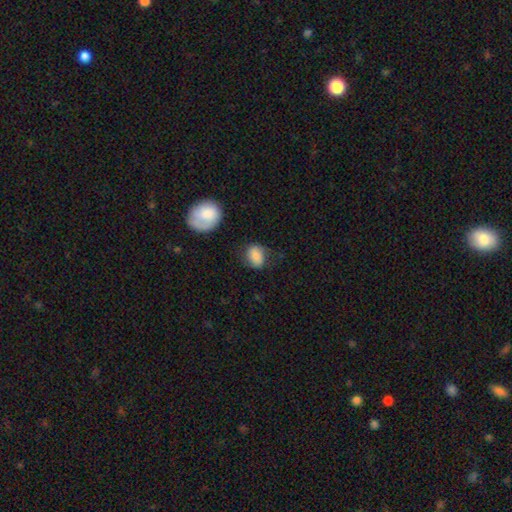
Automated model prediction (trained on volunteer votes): Morphology: type=smooth (80%); roundness=in between (66%); merging=none (61%).